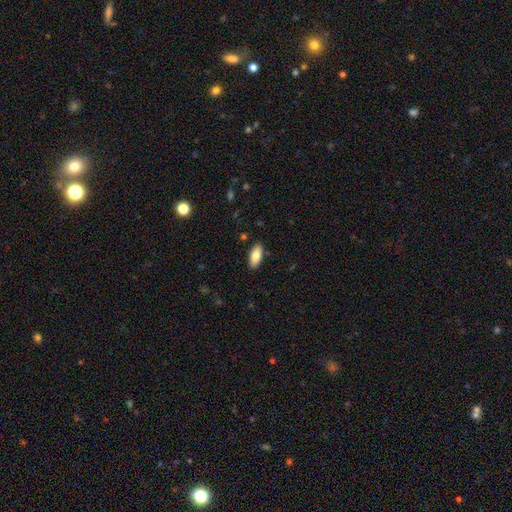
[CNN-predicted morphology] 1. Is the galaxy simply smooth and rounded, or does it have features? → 80% smooth, 13% featured or disk, 6% star or artifact.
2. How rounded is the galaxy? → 86% in between, 12% cigar-shaped, 2% round.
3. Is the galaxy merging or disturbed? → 88% none, 9% minor disturbance, 2% major disturbance, 1% merger.